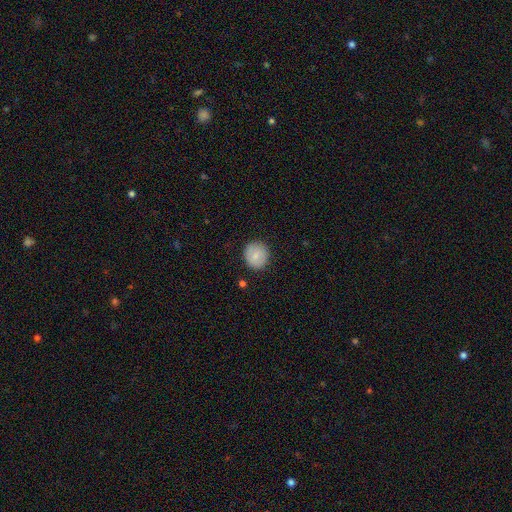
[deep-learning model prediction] Q: Smooth or featured?
A: smooth (79%); runner-up: featured or disk (13%)
Q: How rounded?
A: round (89%); runner-up: in between (10%)
Q: Merging?
A: none (87%); runner-up: minor disturbance (10%)